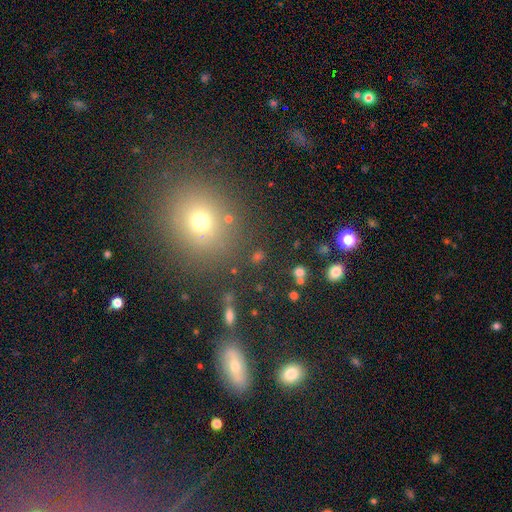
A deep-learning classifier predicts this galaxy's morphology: A smooth galaxy with no disk features (52%) that is round (72%).

Vote fractions:
- Smooth or featured? smooth: 52% / star or artifact: 36% / featured or disk: 12%
- How rounded? round: 72% / in between: 25% / cigar-shaped: 3%
- Merging? none: 82% / minor disturbance: 9% / merger: 5% / major disturbance: 4%